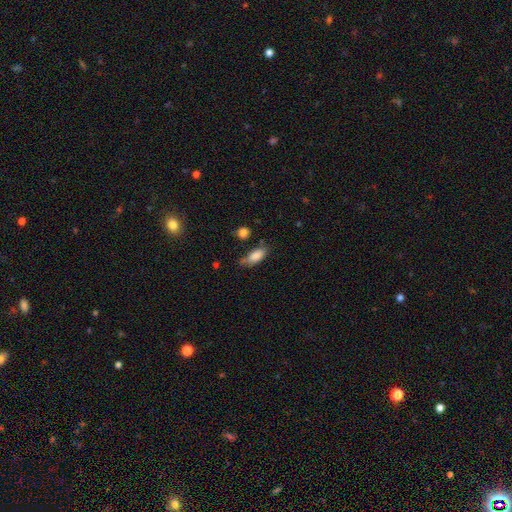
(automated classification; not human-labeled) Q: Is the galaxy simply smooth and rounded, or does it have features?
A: smooth — 84%.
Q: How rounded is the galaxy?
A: in between — 83%.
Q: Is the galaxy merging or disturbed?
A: none — 61%.